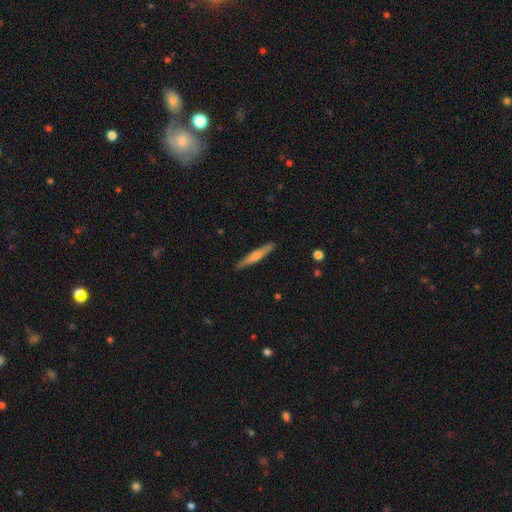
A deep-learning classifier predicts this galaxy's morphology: Smooth or featured: smooth — 50% (featured or disk — 45%)
Merging: none — 90% (minor disturbance — 7%)